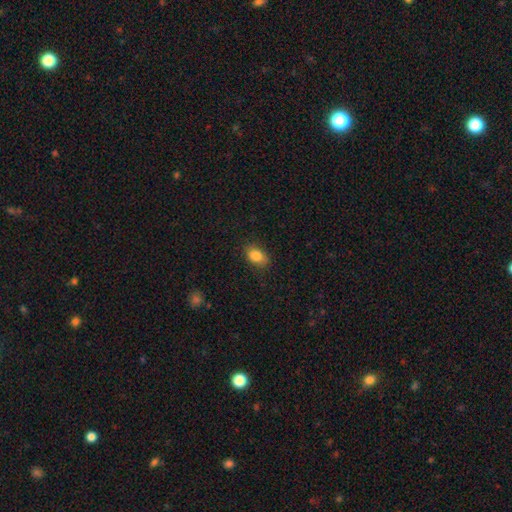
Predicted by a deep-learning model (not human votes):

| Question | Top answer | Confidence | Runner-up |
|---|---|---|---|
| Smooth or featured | smooth | 85% | star or artifact (9%) |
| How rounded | in between | 83% | round (16%) |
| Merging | none | 83% | minor disturbance (13%) |